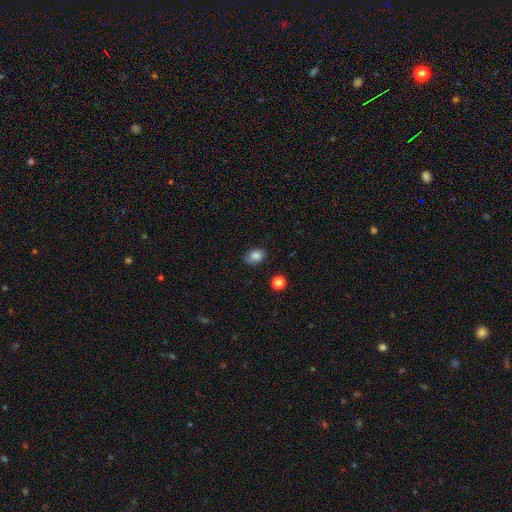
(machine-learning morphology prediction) smooth 80%, star or artifact 10%, featured or disk 10%. Down the decision tree: how rounded — in between (77%); merging — none (78%).